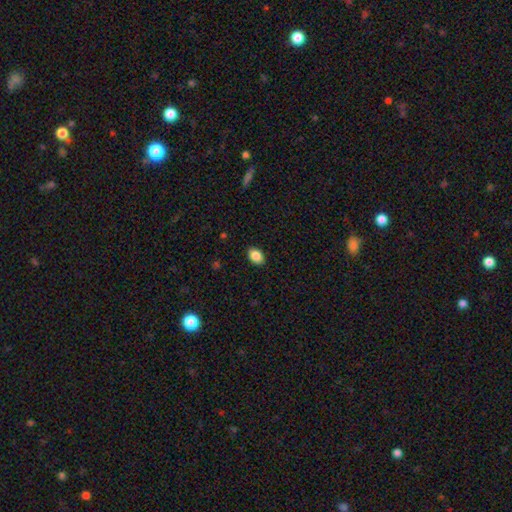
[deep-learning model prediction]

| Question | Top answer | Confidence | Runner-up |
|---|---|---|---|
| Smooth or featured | smooth | 87% | star or artifact (8%) |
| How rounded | in between | 81% | round (18%) |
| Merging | none | 88% | minor disturbance (9%) |